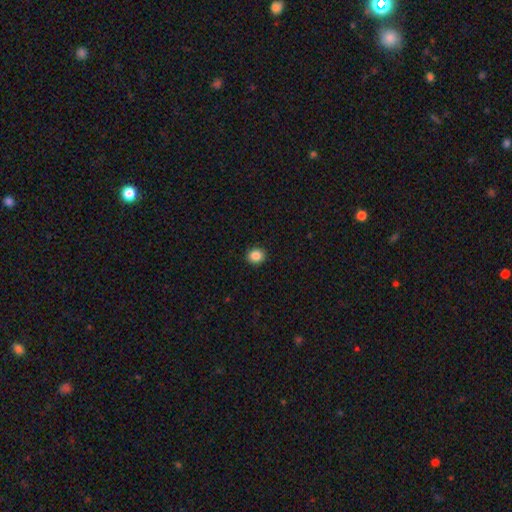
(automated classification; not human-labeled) The model was most divided on "how rounded": round: 78%, in between: 21%, cigar-shaped: 1%. More confident: merging — none (92%); smooth or featured — smooth (86%).